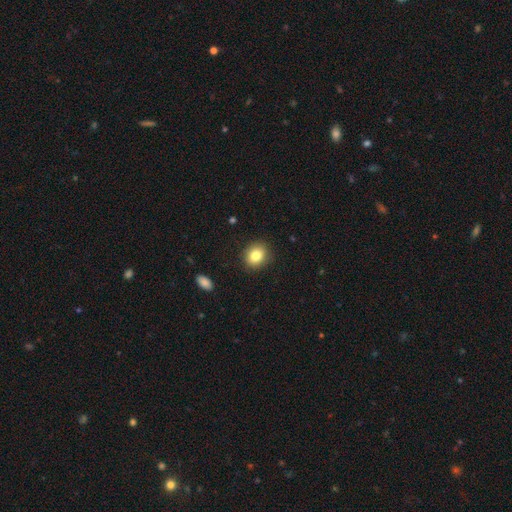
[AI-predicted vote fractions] A smooth galaxy with no disk features (83%) that is round (67%).

Vote fractions:
- Smooth or featured? smooth: 83% / star or artifact: 10% / featured or disk: 7%
- How rounded? round: 67% / in between: 32% / cigar-shaped: 1%
- Merging? none: 89% / minor disturbance: 8% / major disturbance: 2% / merger: 1%